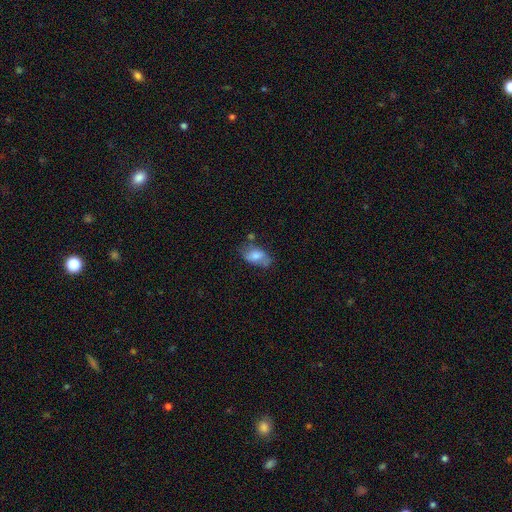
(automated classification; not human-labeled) smooth-or-featured: smooth: 68% | featured or disk: 24% | star or artifact: 8%
  how-rounded: in between: 90% | round: 8% | cigar-shaped: 2%
  merging: none: 50% | minor disturbance: 30% | major disturbance: 12% | merger: 8%